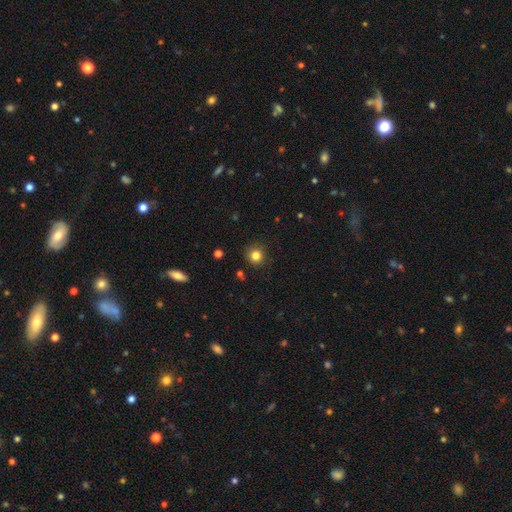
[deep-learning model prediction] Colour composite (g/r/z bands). It shows a smooth galaxy with no disk features (82%) that is round (92%). Merging: none (88%).